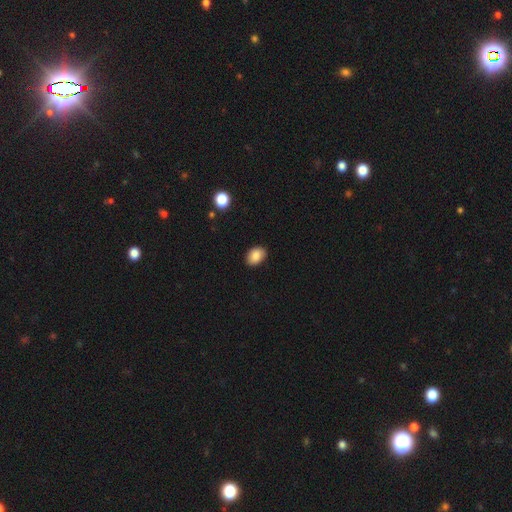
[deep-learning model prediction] This is clearly a smooth galaxy (87%). How rounded: likely in between (79%). Merging: clearly none (88%).